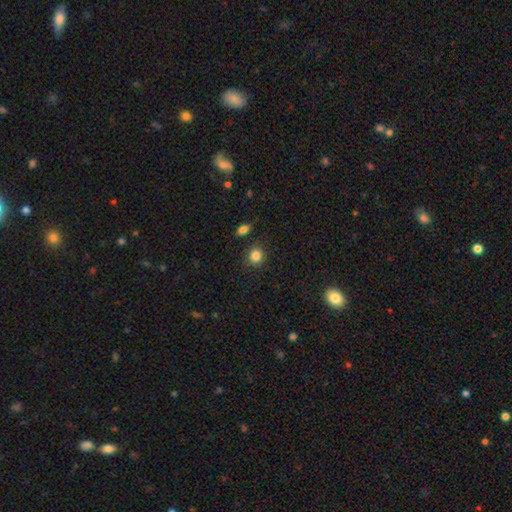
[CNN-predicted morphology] The model was most divided on "how rounded": round: 81%, in between: 18%, cigar-shaped: 1%. More confident: merging — none (86%); smooth or featured — smooth (85%).